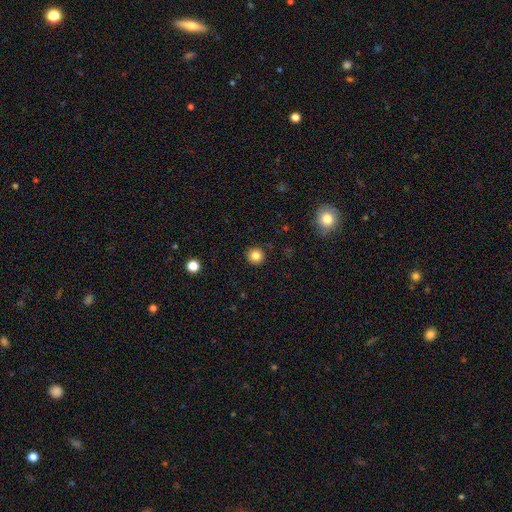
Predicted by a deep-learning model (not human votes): The model was most divided on "smooth or featured": smooth: 83%, star or artifact: 11%, featured or disk: 6%. More confident: how rounded — round (95%); merging — none (92%).